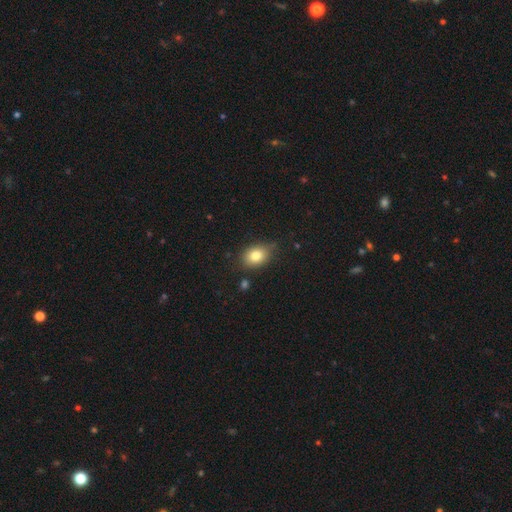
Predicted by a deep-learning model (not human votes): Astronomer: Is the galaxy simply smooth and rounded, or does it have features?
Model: smooth — 81%.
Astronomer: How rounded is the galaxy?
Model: in between — 72%.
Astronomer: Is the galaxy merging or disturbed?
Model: none — 75%.